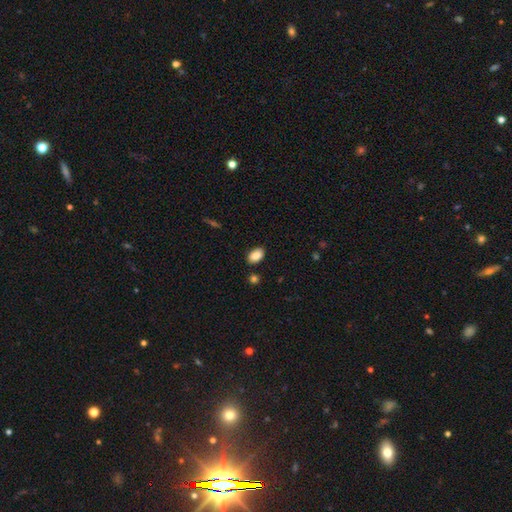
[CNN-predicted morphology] Smooth or featured? Predicted: smooth (p=0.88). How rounded? Predicted: in between (p=0.90). Merging? Predicted: none (p=0.86).